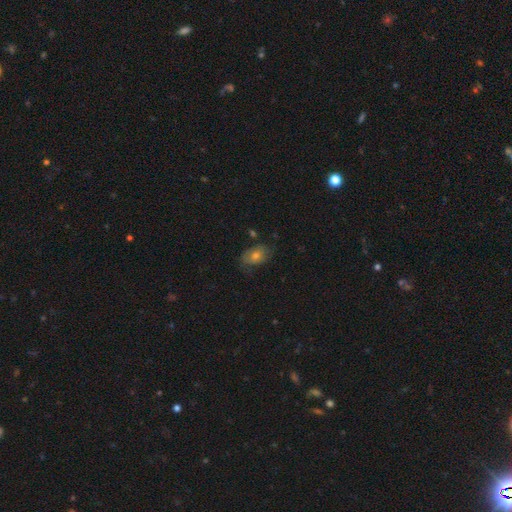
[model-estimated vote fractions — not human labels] Smooth or featured?
  - smooth: 57% *
  - featured or disk: 29%
  - star or artifact: 14%
How rounded?
  - in between: 79% *
  - round: 20%
  - cigar-shaped: 2%
Merging?
  - none: 69% *
  - minor disturbance: 22%
  - major disturbance: 7%
  - merger: 2%